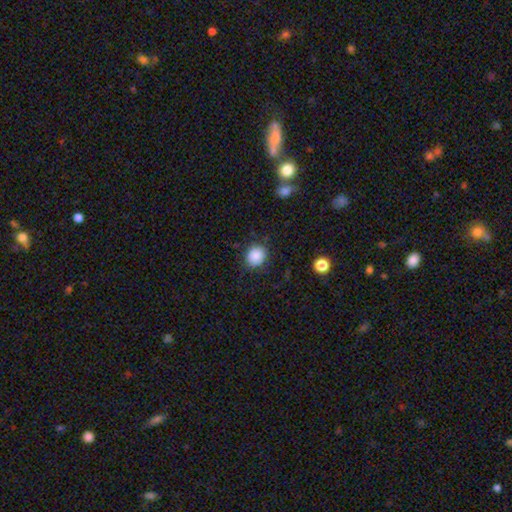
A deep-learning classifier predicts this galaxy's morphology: smooth-or-featured: smooth: 86% | star or artifact: 9% | featured or disk: 4%
  how-rounded: round: 79% | in between: 21% | cigar-shaped: 1%
  merging: none: 82% | minor disturbance: 12% | major disturbance: 4% | merger: 2%